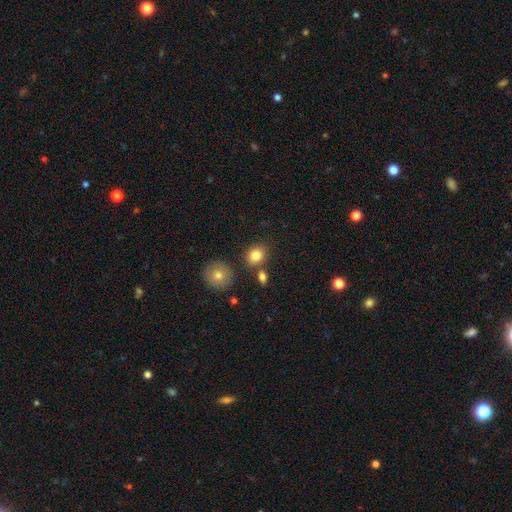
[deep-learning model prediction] Overall: smooth (82%). How rounded: round (58%; in between 41%). Merging: none (72%).